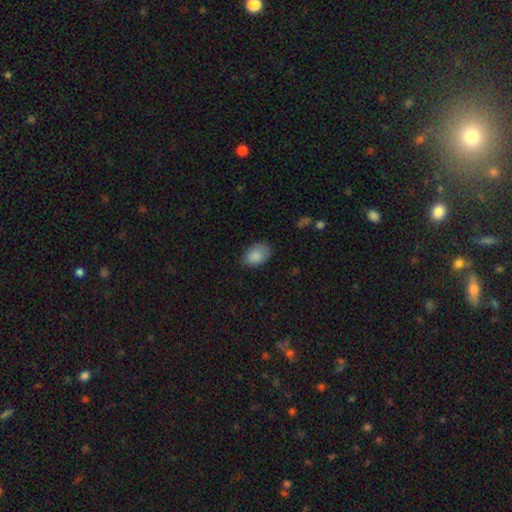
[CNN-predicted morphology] This appears to be a smooth galaxy with no disk features (87%) that is in between round and cigar-shaped (87%). Merging: none (73%).